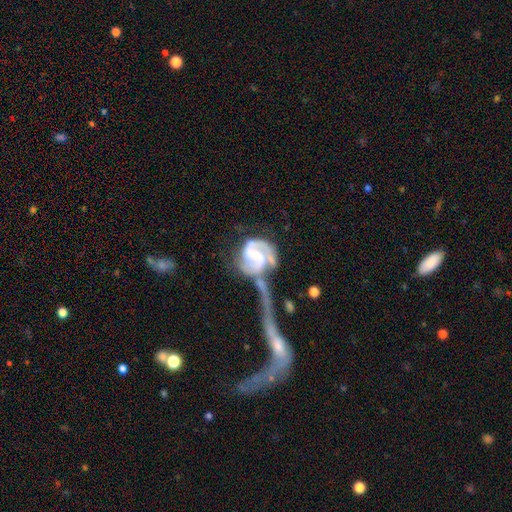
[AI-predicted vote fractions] Overall: featured or disk (87%). Edge-on disk: no (98%). Bar: weak (45%; no 35%). Spiral arms: yes (95%). Spiral arm count: 2 (73%). Spiral winding: medium (45%; tight 39%). Bulge size: small (46%, tied with moderate). Merging: merger (34%; major disturbance 29%).